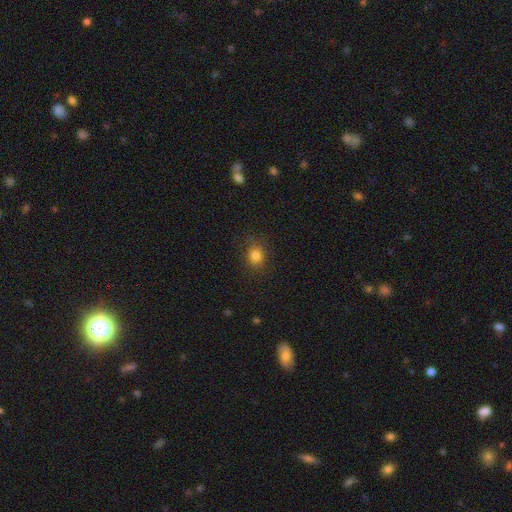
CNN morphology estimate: type=smooth (82%); roundness=round (73%); merging=none (84%).